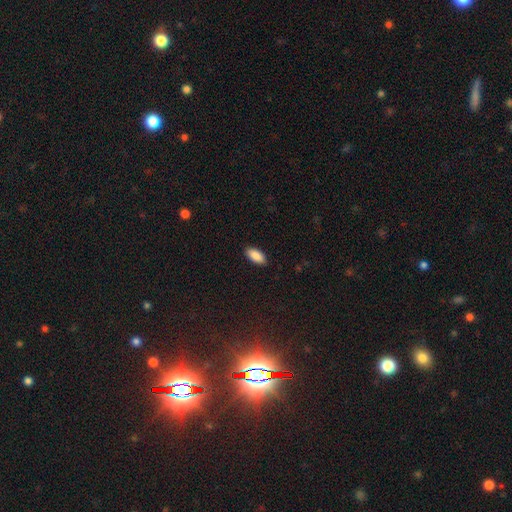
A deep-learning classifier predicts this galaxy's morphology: smooth_or_featured: smooth (p=0.89) [alt: star or artifact p=0.06]
how_rounded: in between (p=0.89) [alt: cigar-shaped p=0.09]
merging: none (p=0.89) [alt: minor disturbance p=0.08]